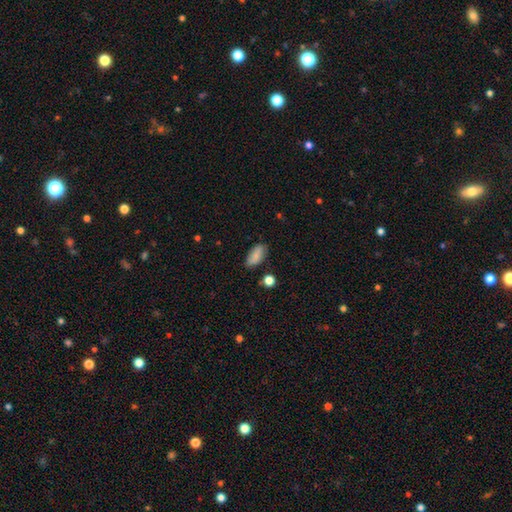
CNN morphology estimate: smooth_or_featured: smooth (p=0.84) [alt: featured or disk p=0.08]
how_rounded: in between (p=0.90) [alt: cigar-shaped p=0.07]
merging: none (p=0.78) [alt: minor disturbance p=0.16]